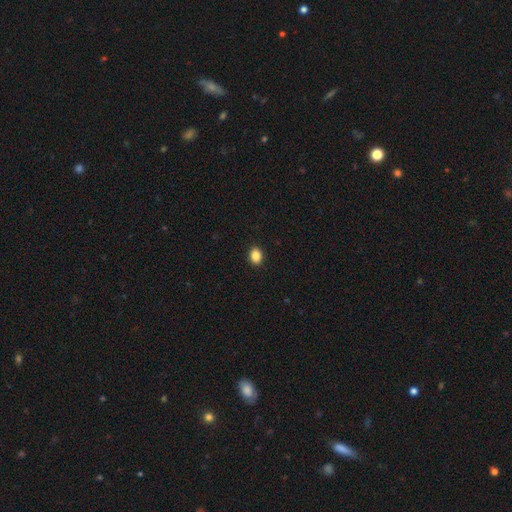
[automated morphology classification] The model was most divided on "how rounded": in between: 62%, round: 37%, cigar-shaped: 1%. More confident: merging — none (91%); smooth or featured — smooth (87%).